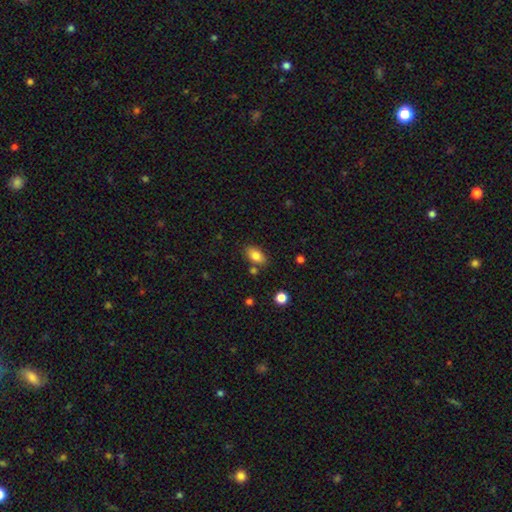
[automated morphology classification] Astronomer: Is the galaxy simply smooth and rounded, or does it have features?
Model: smooth — 82%.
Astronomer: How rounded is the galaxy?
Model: in between — 90%.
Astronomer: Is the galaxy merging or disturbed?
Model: none — 78%.